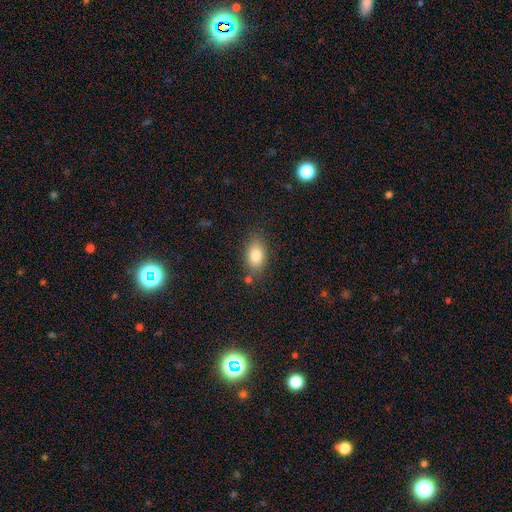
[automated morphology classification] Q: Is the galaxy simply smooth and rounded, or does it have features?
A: smooth — 83%.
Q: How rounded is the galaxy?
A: in between — 87%.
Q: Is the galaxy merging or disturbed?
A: none — 76%.